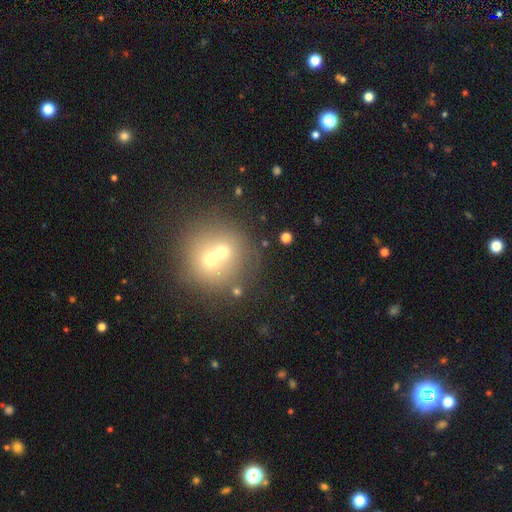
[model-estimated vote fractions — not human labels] A smooth galaxy with no disk features (51%) that is round (85%).

Vote fractions:
- Smooth or featured? smooth: 51% / featured or disk: 25% / star or artifact: 24%
- How rounded? round: 85% / in between: 14% / cigar-shaped: 1%
- Merging? merger: 59% / none: 32% / minor disturbance: 5% / major disturbance: 3%